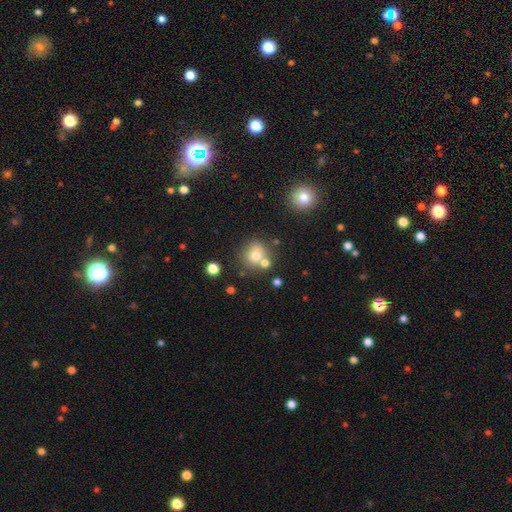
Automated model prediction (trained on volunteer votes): Overall: smooth (72%). How rounded: round (87%). Merging: none (62%; merger 23%).